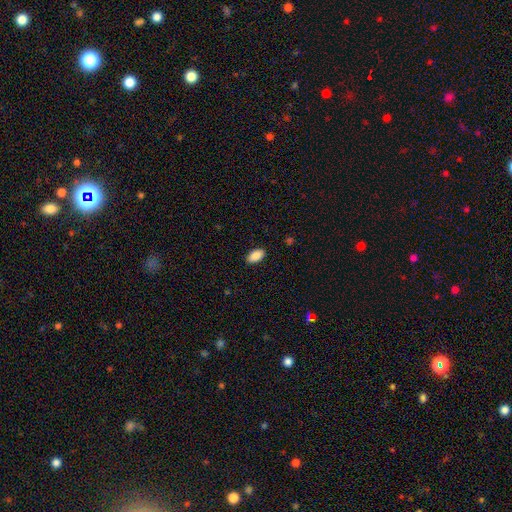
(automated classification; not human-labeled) Smooth or featured? smooth (89%)
How rounded? in between (94%)
Merging? none (89%)